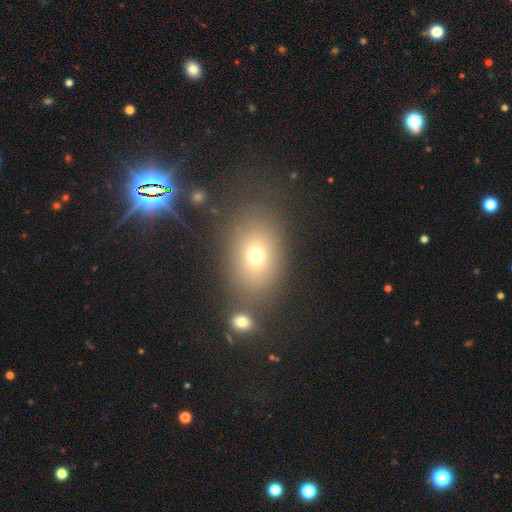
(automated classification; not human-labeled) A smooth galaxy with no disk features (67%) that is in between round and cigar-shaped (71%).

Vote fractions:
- Smooth or featured? smooth: 67% / star or artifact: 18% / featured or disk: 15%
- How rounded? in between: 71% / round: 28% / cigar-shaped: 1%
- Merging? none: 74% / minor disturbance: 12% / merger: 8% / major disturbance: 6%